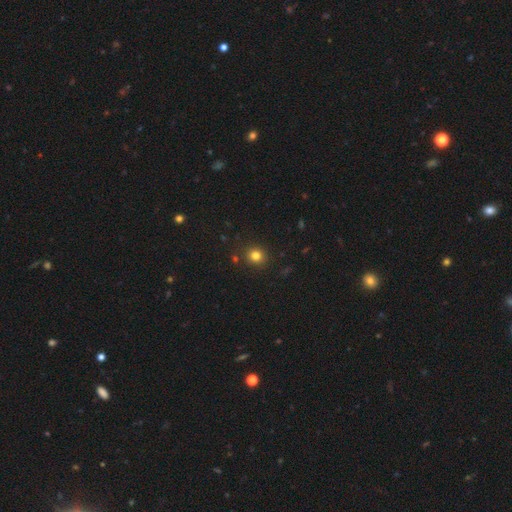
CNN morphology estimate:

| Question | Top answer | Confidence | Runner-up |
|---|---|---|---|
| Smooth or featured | smooth | 80% | star or artifact (15%) |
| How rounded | round | 87% | in between (12%) |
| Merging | none | 88% | minor disturbance (7%) |